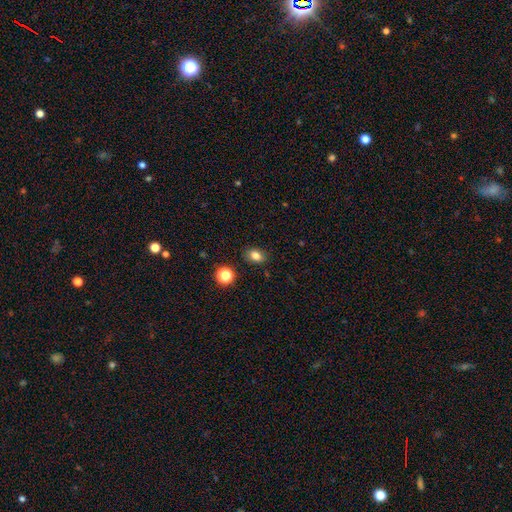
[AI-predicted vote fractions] The model was most divided on "how rounded": in between: 68%, round: 31%, cigar-shaped: 1%. More confident: merging — none (86%); smooth or featured — smooth (82%).